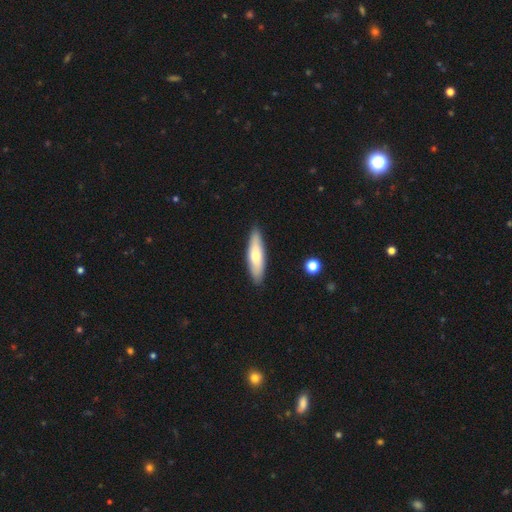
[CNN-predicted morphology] The model was most divided on "how rounded": cigar-shaped: 63%, in between: 35%, round: 2%. More confident: merging — none (89%); smooth or featured — smooth (65%).